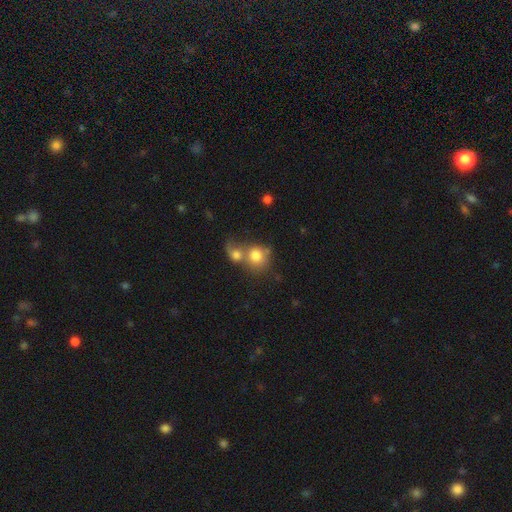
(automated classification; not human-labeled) smooth-or-featured: smooth: 77% | featured or disk: 14% | star or artifact: 9%
  how-rounded: round: 77% | in between: 22% | cigar-shaped: 1%
  merging: merger: 65% | none: 23% | minor disturbance: 7% | major disturbance: 5%